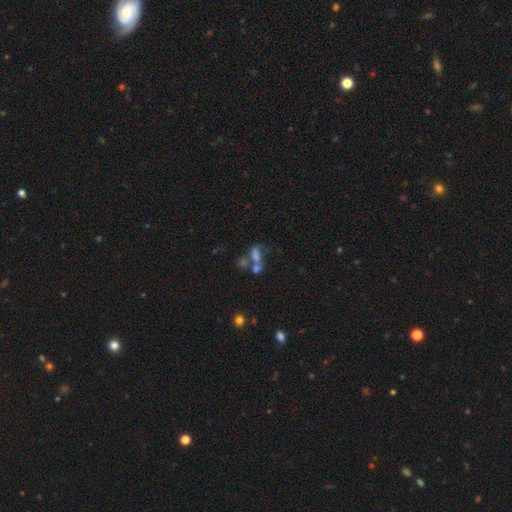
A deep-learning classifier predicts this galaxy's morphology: type=smooth (44%); merging=merger (51%).